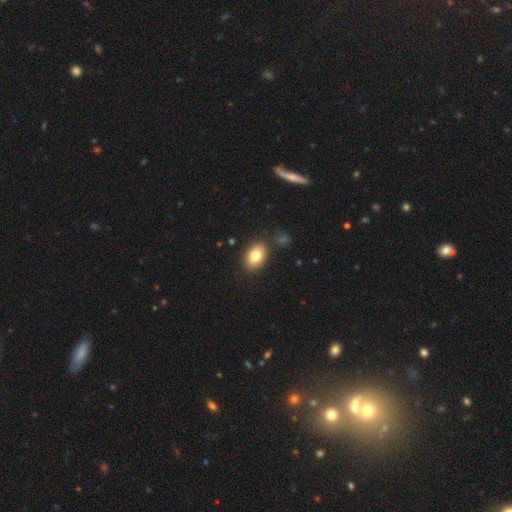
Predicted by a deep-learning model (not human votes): A smooth galaxy with no disk features (81%) that is in between round and cigar-shaped (81%).

Vote fractions:
- Smooth or featured? smooth: 81% / featured or disk: 10% / star or artifact: 9%
- How rounded? in between: 81% / round: 18% / cigar-shaped: 1%
- Merging? none: 82% / minor disturbance: 11% / merger: 4% / major disturbance: 3%